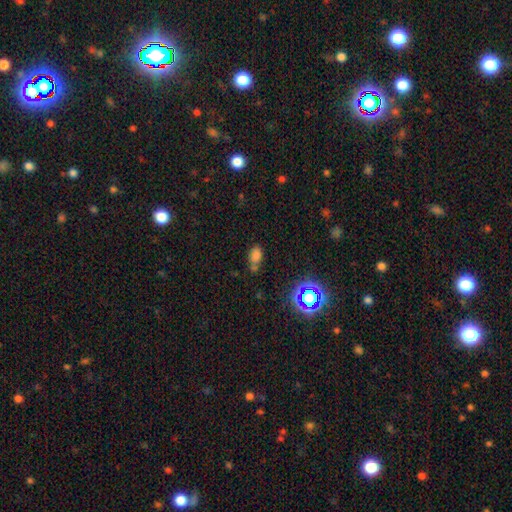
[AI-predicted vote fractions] Smooth or featured? Predicted: smooth (p=0.70). How rounded? Predicted: in between (p=0.82). Merging? Predicted: none (p=0.49).